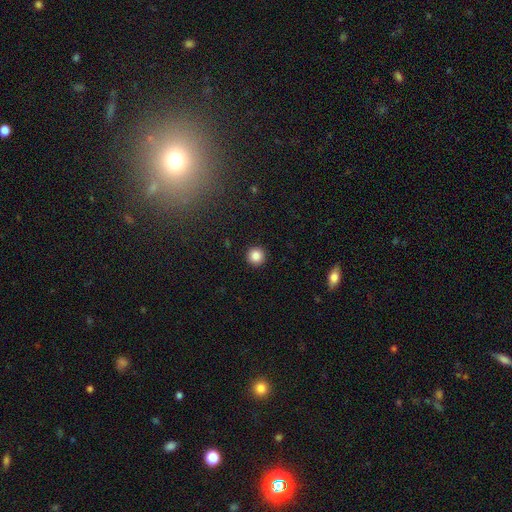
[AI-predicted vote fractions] Morphology: type=smooth (86%); roundness=round (96%); merging=none (93%).